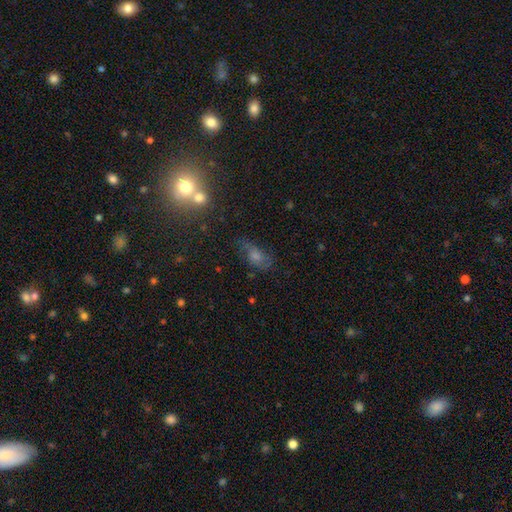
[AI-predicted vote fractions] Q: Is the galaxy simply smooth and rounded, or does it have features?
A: smooth — 46%.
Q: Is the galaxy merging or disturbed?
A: none — 53%.